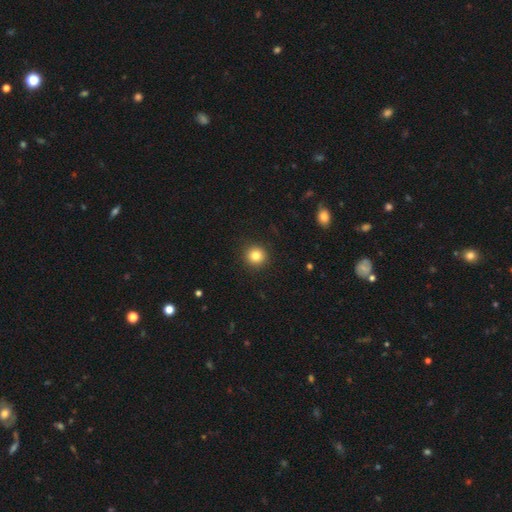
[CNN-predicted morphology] smooth-or-featured: smooth: 82% | star or artifact: 12% | featured or disk: 6%
  how-rounded: round: 94% | in between: 5% | cigar-shaped: 1%
  merging: none: 92% | minor disturbance: 5% | major disturbance: 2% | merger: 1%